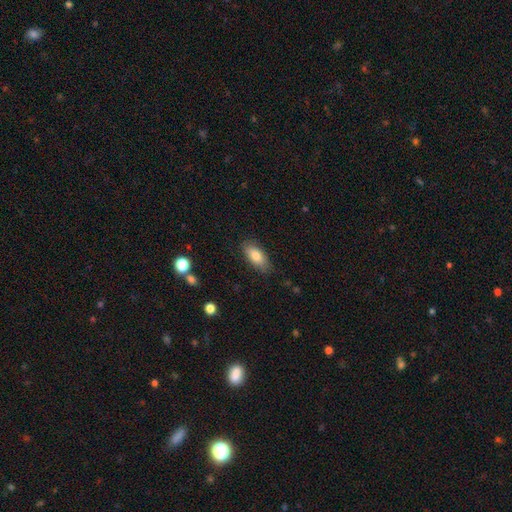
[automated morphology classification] Q: Smooth or featured?
A: smooth (81%); runner-up: featured or disk (12%)
Q: How rounded?
A: in between (86%); runner-up: cigar-shaped (12%)
Q: Merging?
A: none (83%); runner-up: minor disturbance (13%)